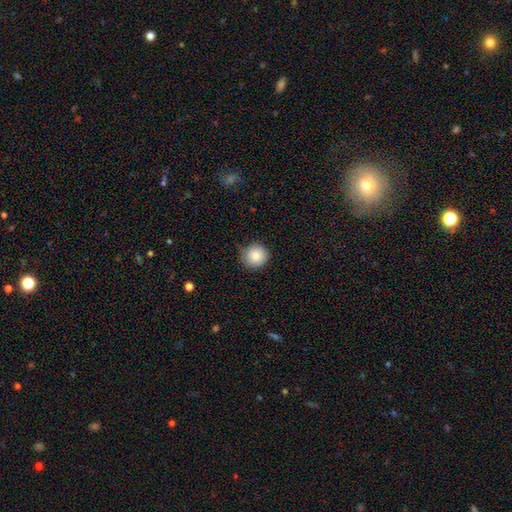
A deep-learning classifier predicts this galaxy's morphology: Overall: smooth (86%). How rounded: round (95%). Merging: none (84%).